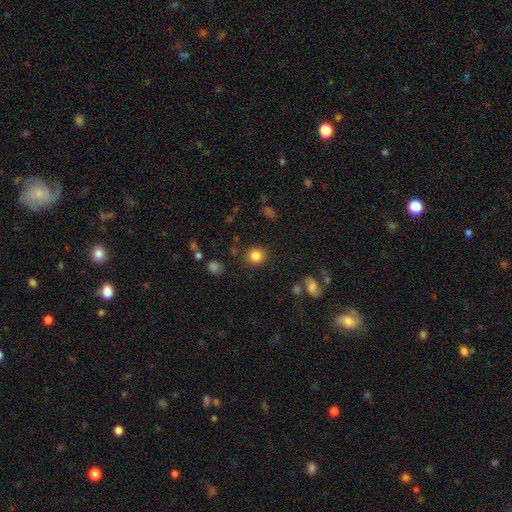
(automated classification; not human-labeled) smooth 84%, star or artifact 11%, featured or disk 5%. Down the decision tree: how rounded — round (89%); merging — none (88%).